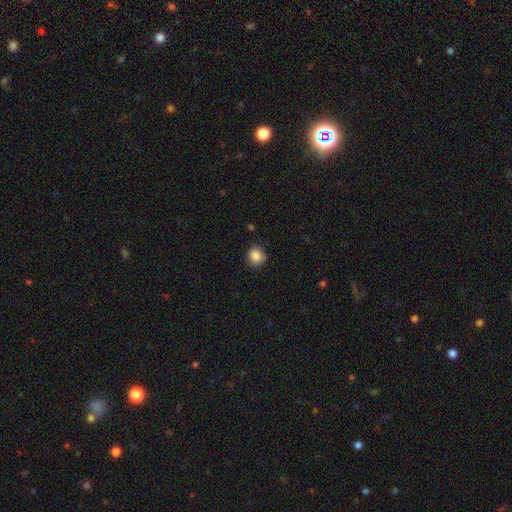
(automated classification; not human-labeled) Smooth or featured? Predicted: smooth (p=0.86). How rounded? Predicted: round (p=0.80). Merging? Predicted: none (p=0.80).